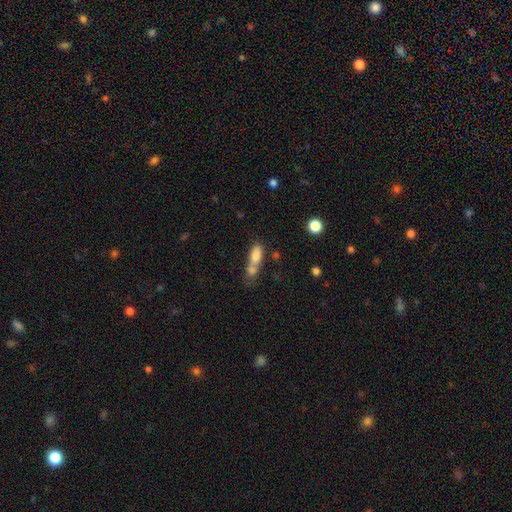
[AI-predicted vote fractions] Smooth or featured? smooth (77%)
How rounded? in between (65%)
Merging? merger (58%)